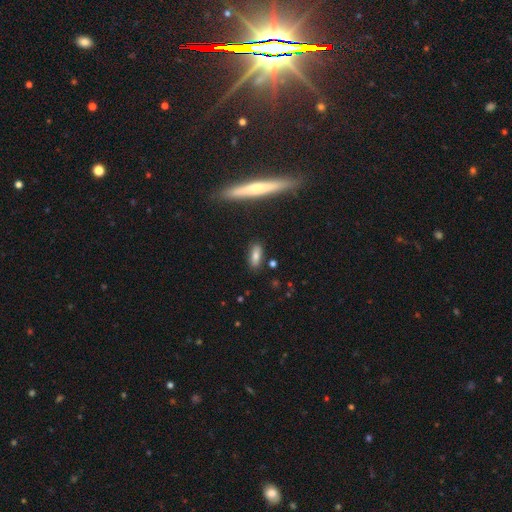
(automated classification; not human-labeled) smooth 76%, featured or disk 16%, star or artifact 8%. Down the decision tree: how rounded — in between (67%); merging — none (84%).